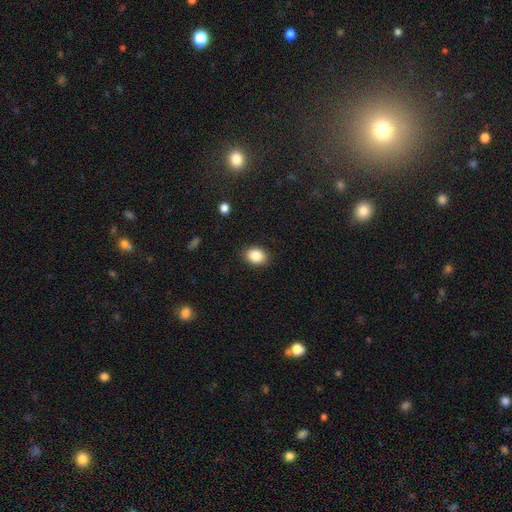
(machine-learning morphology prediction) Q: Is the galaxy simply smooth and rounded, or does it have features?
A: smooth — 85%.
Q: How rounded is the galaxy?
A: in between — 67%.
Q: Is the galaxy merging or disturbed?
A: none — 88%.